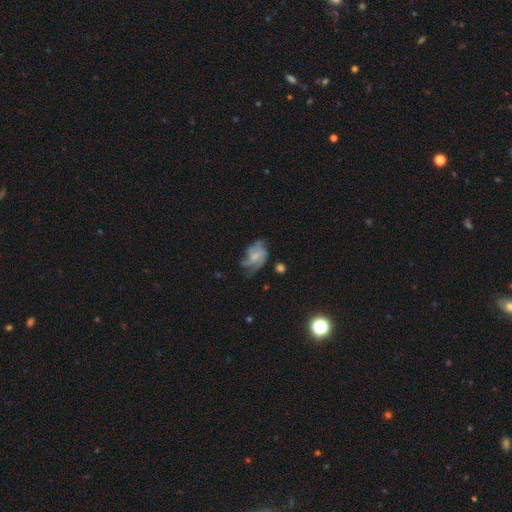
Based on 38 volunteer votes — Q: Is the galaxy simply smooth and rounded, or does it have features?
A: featured or disk — 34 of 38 (89%).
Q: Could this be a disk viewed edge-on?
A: no — 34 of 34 (100%).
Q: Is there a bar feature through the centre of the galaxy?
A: weak — 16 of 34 (47%).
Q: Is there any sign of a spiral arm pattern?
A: yes — 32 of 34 (94%).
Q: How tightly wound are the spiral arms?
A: medium — 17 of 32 (53%).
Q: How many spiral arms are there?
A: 3 — 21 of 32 (66%).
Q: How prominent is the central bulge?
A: moderate — 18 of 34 (53%).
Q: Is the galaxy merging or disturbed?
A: none — 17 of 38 (45%).